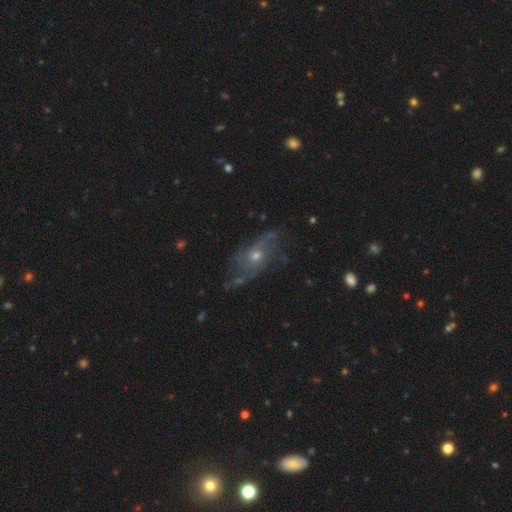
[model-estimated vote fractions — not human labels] A featured or disk galaxy (73%) with no bar (78%), 2 (41%) loose (43%) spiral arms (81%) and a moderate central bulge (51%). Merging: none (61%).